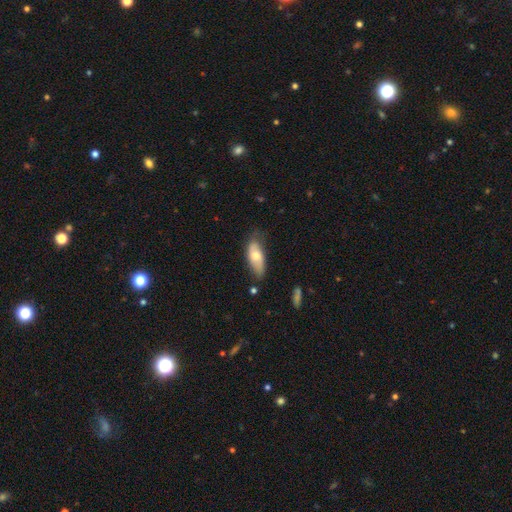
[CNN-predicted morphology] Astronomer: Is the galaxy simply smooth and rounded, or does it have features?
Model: smooth — 65%.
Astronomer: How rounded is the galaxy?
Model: in between — 79%.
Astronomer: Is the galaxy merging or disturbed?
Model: none — 62%.